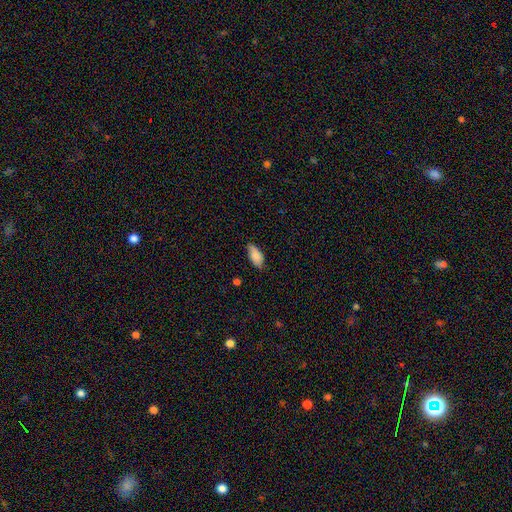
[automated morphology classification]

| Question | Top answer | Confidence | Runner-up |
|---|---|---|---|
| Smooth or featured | smooth | 84% | featured or disk (9%) |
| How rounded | in between | 90% | cigar-shaped (8%) |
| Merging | none | 74% | minor disturbance (22%) |